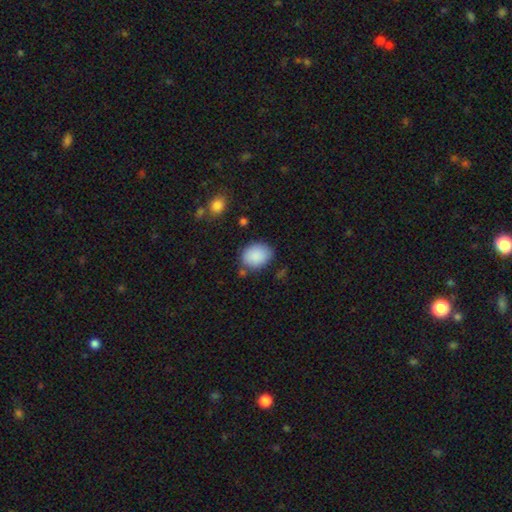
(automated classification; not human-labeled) This appears to be a smooth galaxy with no disk features (89%) that is in between round and cigar-shaped (55%). Merging: none (74%).